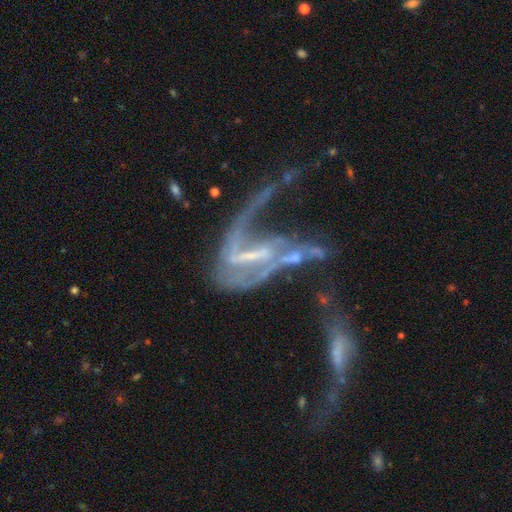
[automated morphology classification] This is clearly a featured or disk galaxy (82%). It is clearly not viewed edge-on (94%). Bar: marginally weak (35%, tied with strong). Spiral arm pattern: likely yes (74%). Spiral arm count: marginally 2 (43%). Spiral winding: likely loose (69%). Central bulge: marginally none (42%). Merging: marginally major disturbance (41%).